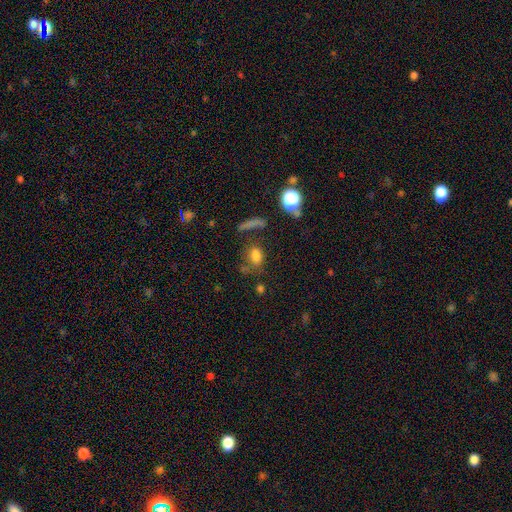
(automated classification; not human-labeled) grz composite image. It shows a smooth galaxy with no disk features (71%) that is in between round and cigar-shaped (71%). Merging: none (56%).